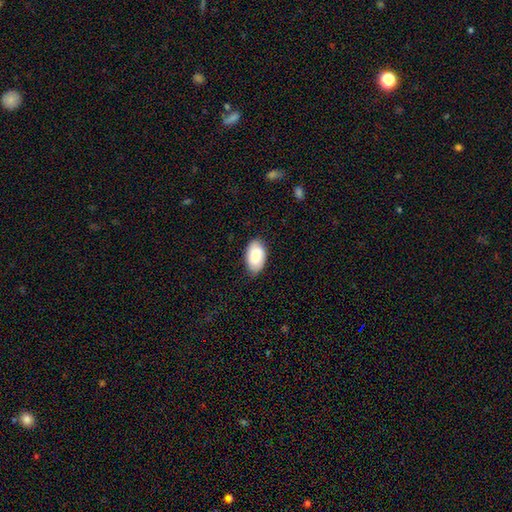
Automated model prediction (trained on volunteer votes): Smooth or featured?
  - smooth: 85% *
  - featured or disk: 9%
  - star or artifact: 6%
How rounded?
  - in between: 95% *
  - round: 4%
  - cigar-shaped: 1%
Merging?
  - none: 81% *
  - minor disturbance: 15%
  - major disturbance: 3%
  - merger: 1%